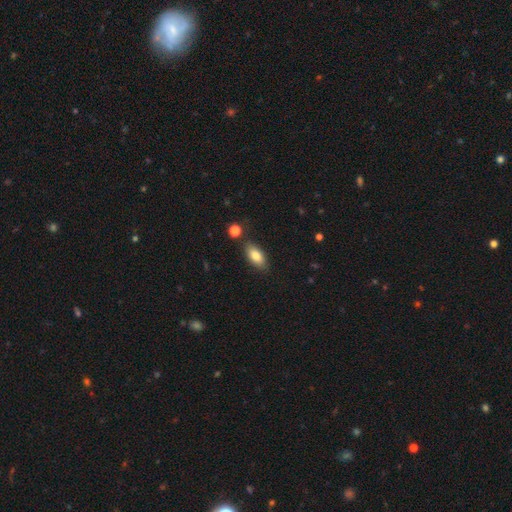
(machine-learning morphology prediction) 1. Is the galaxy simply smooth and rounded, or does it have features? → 81% smooth, 12% featured or disk, 8% star or artifact.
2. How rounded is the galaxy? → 88% in between, 8% cigar-shaped, 4% round.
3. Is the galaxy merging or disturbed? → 81% none, 12% minor disturbance, 5% merger, 3% major disturbance.